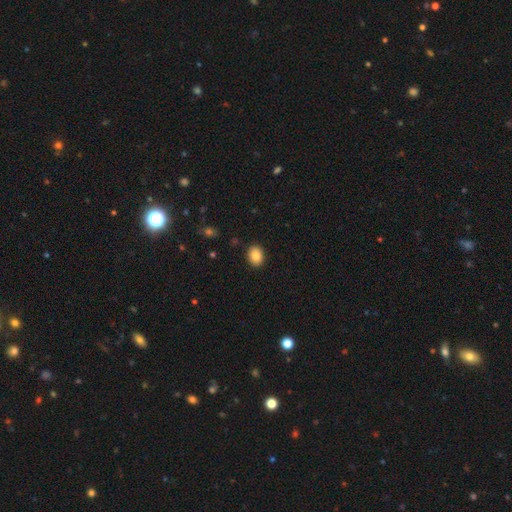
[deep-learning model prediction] smooth-or-featured: smooth: 88% | star or artifact: 8% | featured or disk: 4%
  how-rounded: in between: 61% | round: 39% | cigar-shaped: 1%
  merging: none: 89% | minor disturbance: 8% | major disturbance: 2% | merger: 1%